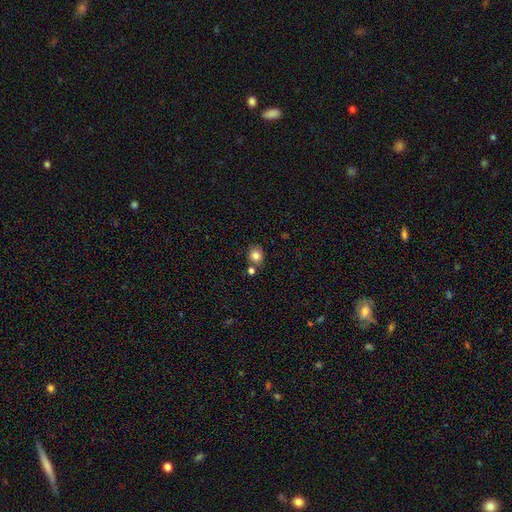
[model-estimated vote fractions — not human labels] Q: Smooth or featured?
A: smooth (83%); runner-up: star or artifact (11%)
Q: How rounded?
A: round (77%); runner-up: in between (22%)
Q: Merging?
A: none (74%); runner-up: merger (13%)